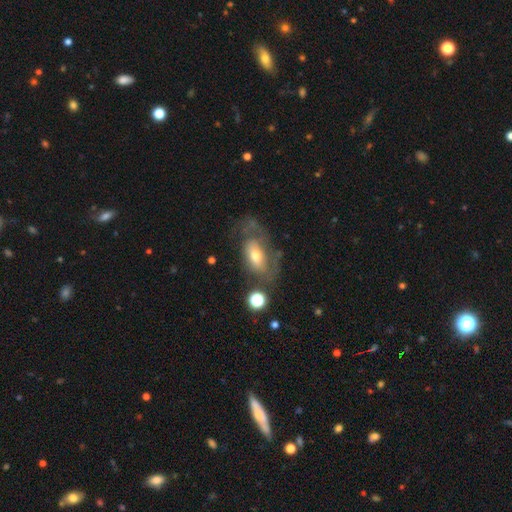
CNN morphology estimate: Smooth or featured? Predicted: featured or disk (p=0.48). Merging? Predicted: none (p=0.41).